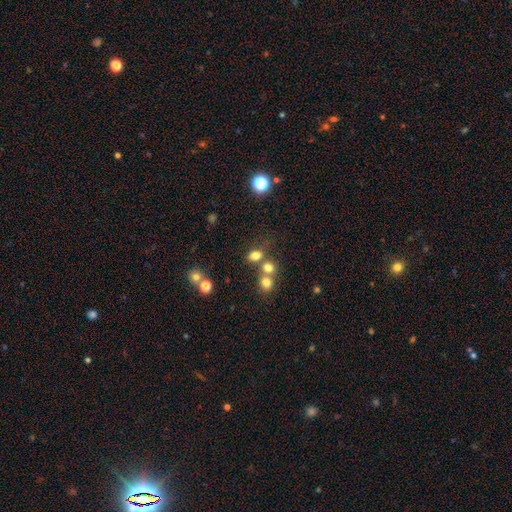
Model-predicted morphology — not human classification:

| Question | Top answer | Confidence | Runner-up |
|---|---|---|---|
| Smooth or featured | smooth | 75% | star or artifact (16%) |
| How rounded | in between | 56% | round (42%) |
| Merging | none | 55% | merger (28%) |